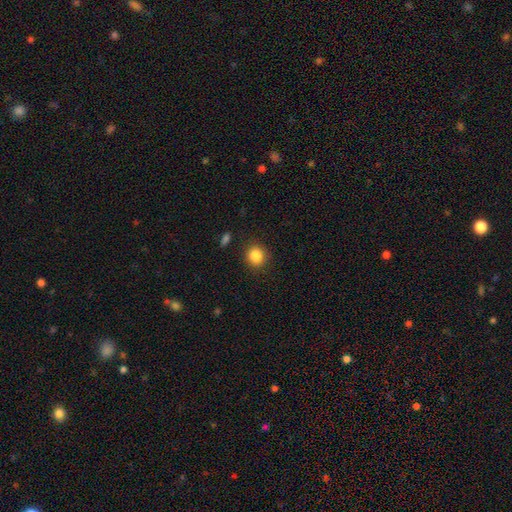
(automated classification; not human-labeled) smooth_or_featured: smooth (p=0.86) [alt: star or artifact p=0.10]
how_rounded: round (p=0.84) [alt: in between p=0.15]
merging: none (p=0.87) [alt: minor disturbance p=0.08]